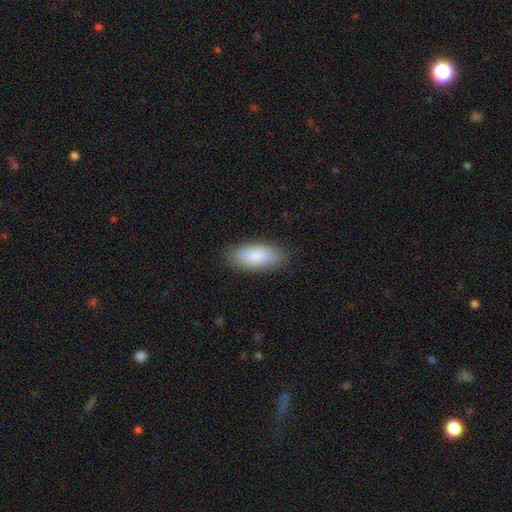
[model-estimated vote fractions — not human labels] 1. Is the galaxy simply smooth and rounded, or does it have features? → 86% smooth, 8% featured or disk, 6% star or artifact.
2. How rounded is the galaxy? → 89% in between, 9% cigar-shaped, 2% round.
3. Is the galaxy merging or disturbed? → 86% none, 10% minor disturbance, 2% major disturbance, 1% merger.